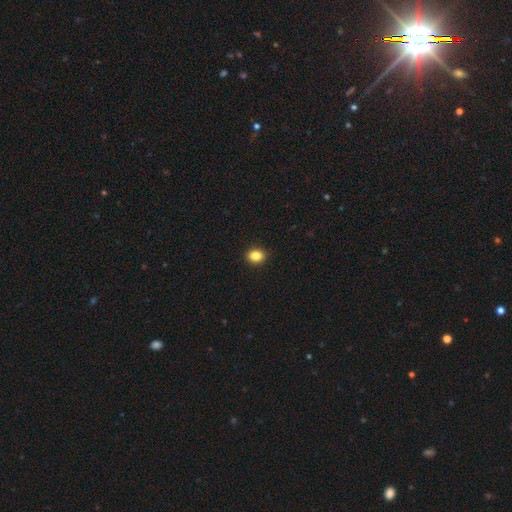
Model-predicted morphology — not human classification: Smooth or featured? smooth (86%)
How rounded? in between (51%)
Merging? none (92%)